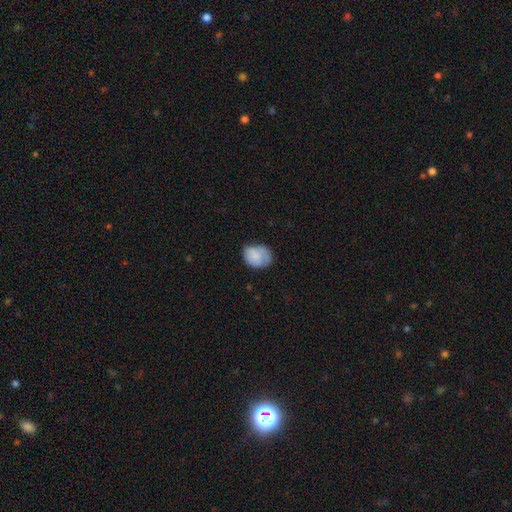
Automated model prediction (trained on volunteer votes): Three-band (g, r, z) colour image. It shows a smooth galaxy with no disk features (74%) that is in between round and cigar-shaped (57%). Merging: none (54%).